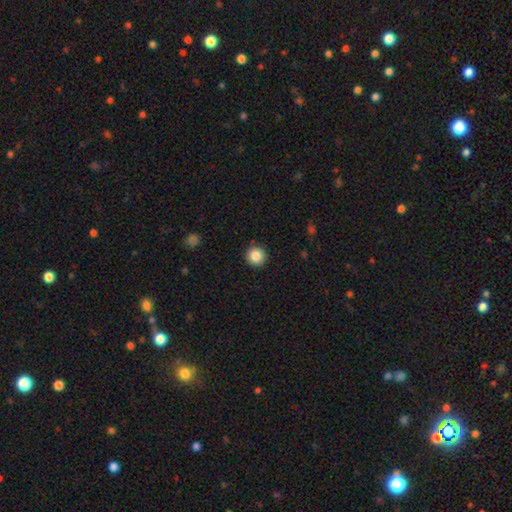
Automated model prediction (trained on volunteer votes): The model was most divided on "smooth or featured": smooth: 87%, star or artifact: 9%, featured or disk: 4%. More confident: how rounded — round (96%); merging — none (92%).